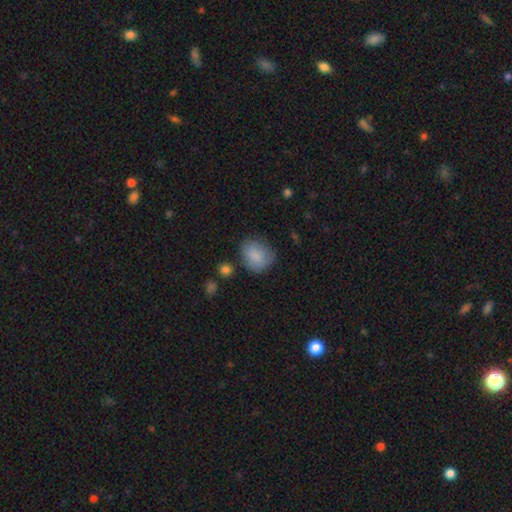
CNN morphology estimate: smooth_or_featured: smooth (p=0.85) [alt: featured or disk p=0.08]
how_rounded: round (p=0.56) [alt: in between p=0.43]
merging: none (p=0.68) [alt: minor disturbance p=0.22]